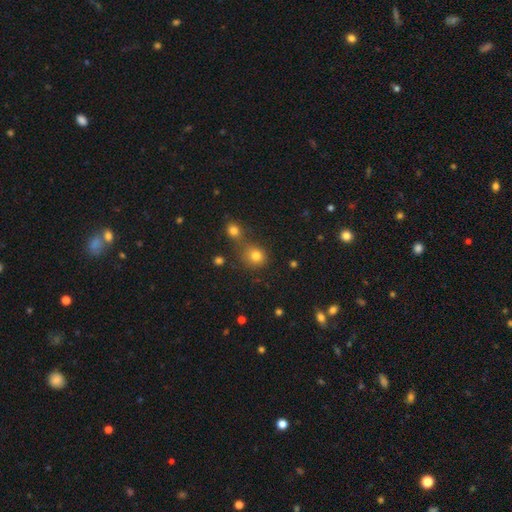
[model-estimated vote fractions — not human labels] smooth-or-featured: smooth: 79% | star or artifact: 14% | featured or disk: 7%
  how-rounded: round: 83% | in between: 16% | cigar-shaped: 1%
  merging: none: 57% | merger: 28% | minor disturbance: 10% | major disturbance: 4%